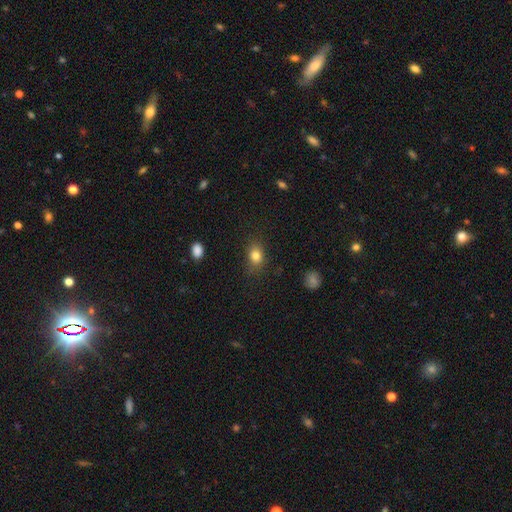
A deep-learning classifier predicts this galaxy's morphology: type=smooth (82%); roundness=in between (63%); merging=none (80%).